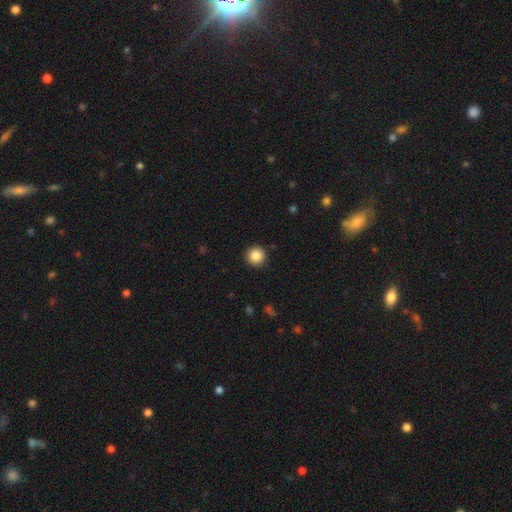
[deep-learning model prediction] Smooth or featured?
  - smooth: 86% *
  - star or artifact: 10%
  - featured or disk: 5%
How rounded?
  - round: 96% *
  - in between: 3%
  - cigar-shaped: 1%
Merging?
  - none: 92% *
  - minor disturbance: 5%
  - major disturbance: 2%
  - merger: 1%